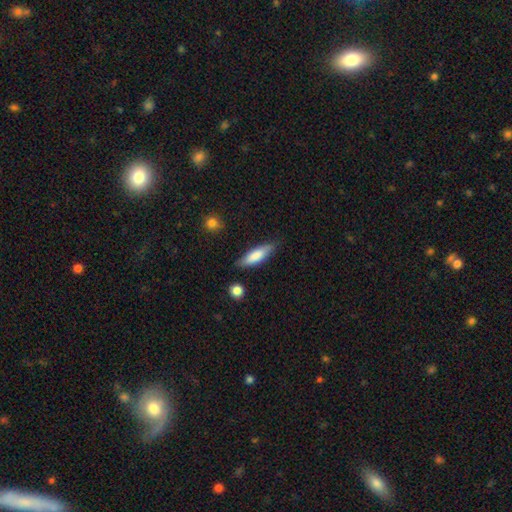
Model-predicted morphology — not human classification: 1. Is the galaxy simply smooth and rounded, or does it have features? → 74% smooth, 20% featured or disk, 6% star or artifact.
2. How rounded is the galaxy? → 56% cigar-shaped, 42% in between, 2% round.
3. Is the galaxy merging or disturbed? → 80% none, 15% minor disturbance, 3% major disturbance, 2% merger.